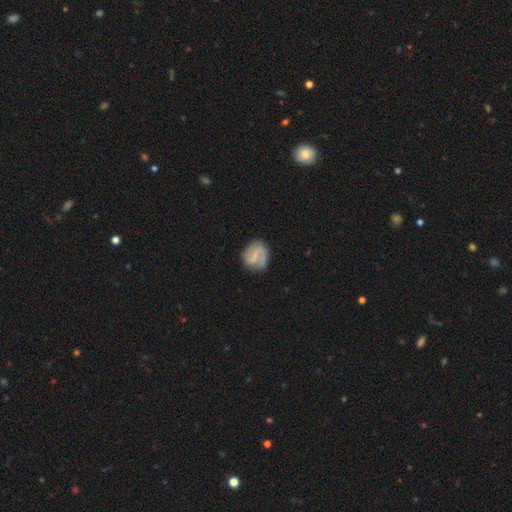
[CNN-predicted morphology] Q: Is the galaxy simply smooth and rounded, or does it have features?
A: featured or disk — 75%.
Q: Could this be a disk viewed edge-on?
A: no — 98%.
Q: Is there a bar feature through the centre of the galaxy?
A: weak — 50%.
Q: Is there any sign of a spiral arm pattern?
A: yes — 93%.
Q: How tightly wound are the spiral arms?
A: medium — 48%.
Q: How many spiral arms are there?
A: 2 — 83%.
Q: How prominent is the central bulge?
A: small — 51%.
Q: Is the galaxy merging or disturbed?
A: none — 79%.